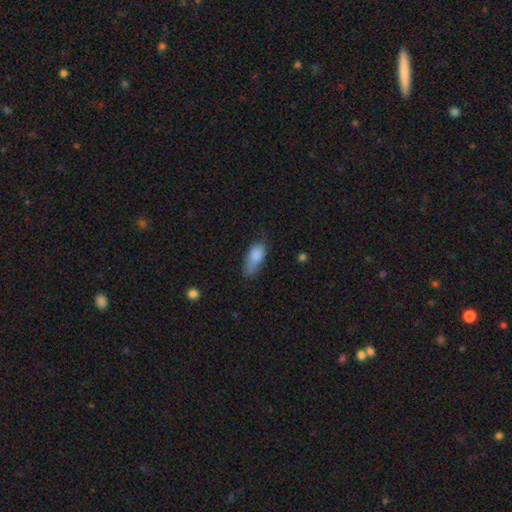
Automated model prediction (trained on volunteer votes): A smooth galaxy with no disk features (82%) that is in between round and cigar-shaped (84%). Merging: minor disturbance (39%).